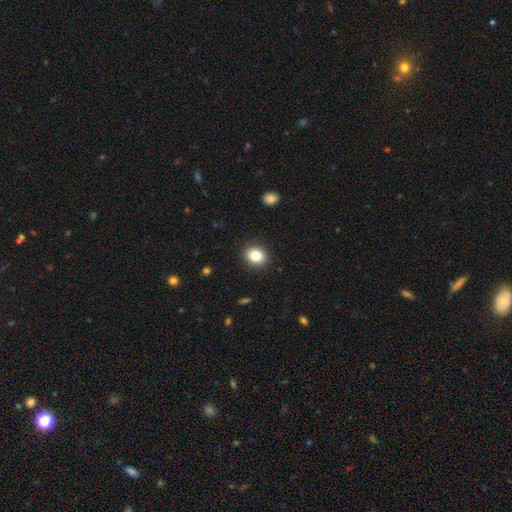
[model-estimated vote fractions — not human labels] Smooth or featured: smooth — 84% (star or artifact — 10%)
How rounded: round — 63% (in between — 36%)
Merging: none — 90% (minor disturbance — 7%)